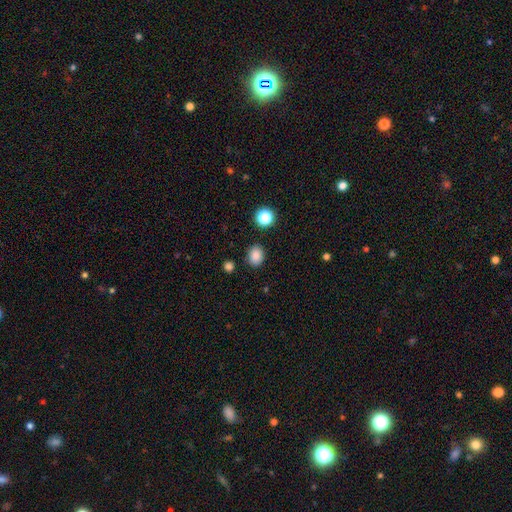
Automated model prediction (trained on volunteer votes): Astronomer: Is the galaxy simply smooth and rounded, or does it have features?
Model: smooth — 85%.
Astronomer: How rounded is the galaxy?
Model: in between — 52% (runner-up: round, 47%).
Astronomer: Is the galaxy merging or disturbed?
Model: none — 85%.